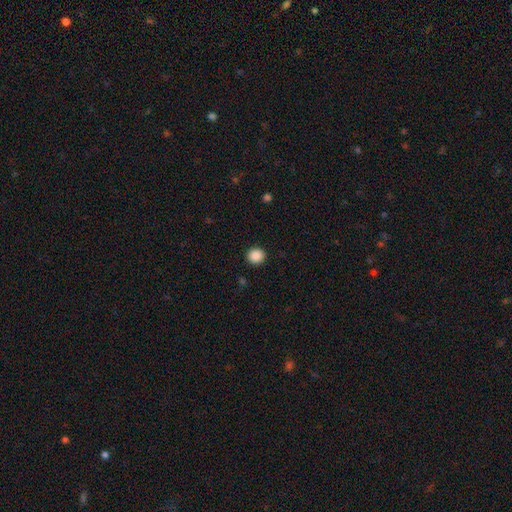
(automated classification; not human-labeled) smooth_or_featured: smooth (p=0.89) [alt: star or artifact p=0.09]
how_rounded: round (p=0.87) [alt: in between p=0.12]
merging: none (p=0.92) [alt: minor disturbance p=0.05]